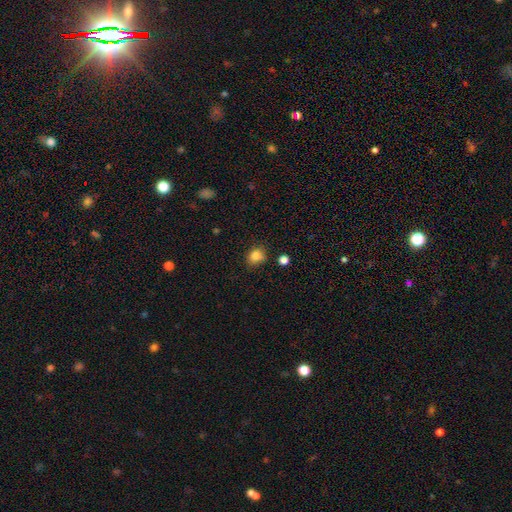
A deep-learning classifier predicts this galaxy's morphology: Q: Smooth or featured?
A: smooth (82%); runner-up: star or artifact (12%)
Q: How rounded?
A: round (64%); runner-up: in between (35%)
Q: Merging?
A: none (72%); runner-up: minor disturbance (20%)